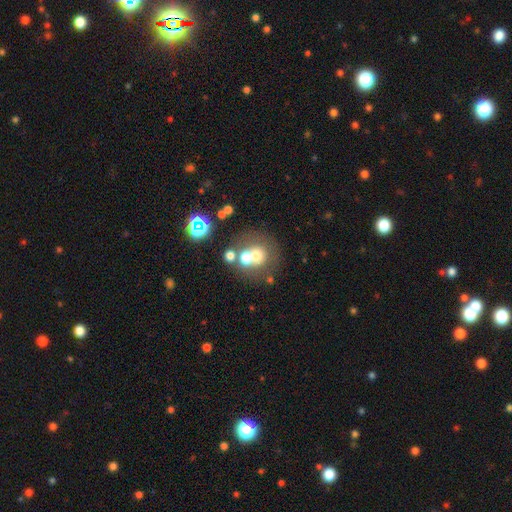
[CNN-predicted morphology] This is possibly a smooth galaxy (59%). How rounded: clearly round (85%). Merging: possibly none (47%).